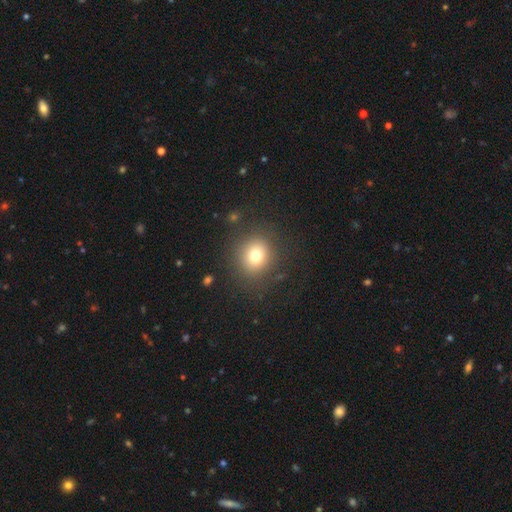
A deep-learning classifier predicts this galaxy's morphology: Smooth or featured? smooth (75%)
How rounded? round (87%)
Merging? none (85%)